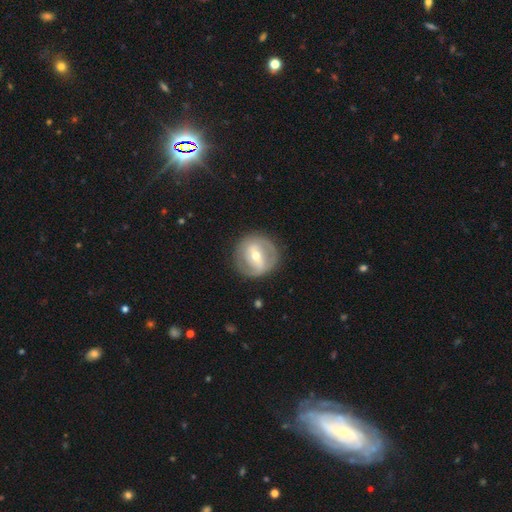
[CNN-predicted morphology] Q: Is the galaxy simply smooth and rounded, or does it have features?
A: featured or disk — 70%.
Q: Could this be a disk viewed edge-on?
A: no — 96%.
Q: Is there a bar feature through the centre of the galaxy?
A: strong — 43%.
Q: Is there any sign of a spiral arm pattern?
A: yes — 64%.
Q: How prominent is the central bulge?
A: moderate — 60%.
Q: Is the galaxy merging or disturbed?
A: none — 83%.